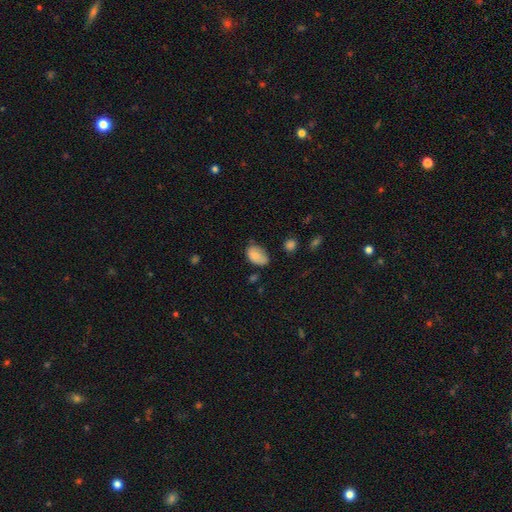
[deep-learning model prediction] Smooth or featured?
  - smooth: 82% *
  - featured or disk: 10%
  - star or artifact: 8%
How rounded?
  - in between: 89% *
  - round: 10%
  - cigar-shaped: 1%
Merging?
  - none: 56% *
  - minor disturbance: 33%
  - major disturbance: 8%
  - merger: 3%